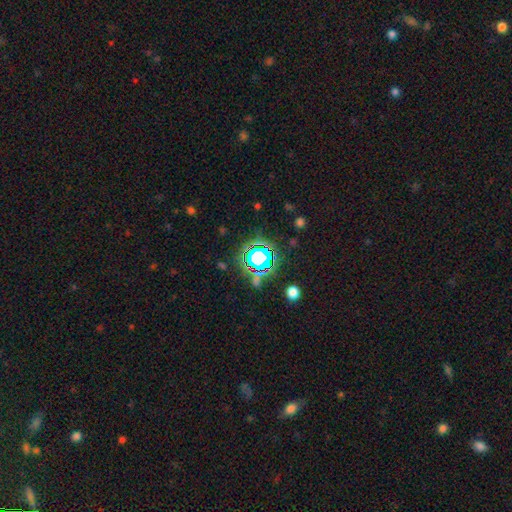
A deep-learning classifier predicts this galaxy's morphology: A star or artifact, not a galaxy (72%).

Vote fractions:
- Smooth or featured? star or artifact: 72% / smooth: 18% / featured or disk: 10%